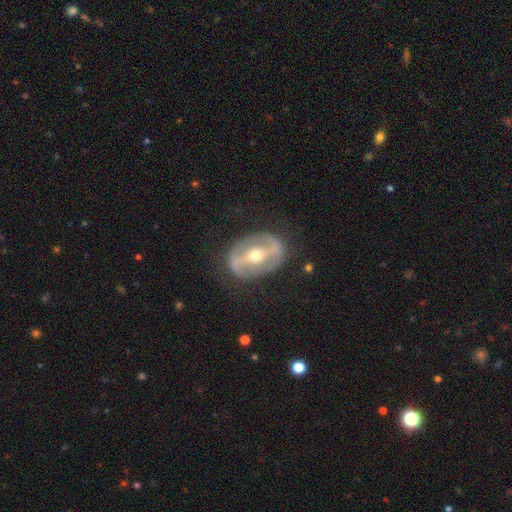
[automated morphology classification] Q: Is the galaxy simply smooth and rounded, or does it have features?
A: featured or disk — 80%.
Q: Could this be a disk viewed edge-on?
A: no — 93%.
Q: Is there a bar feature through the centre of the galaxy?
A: strong — 65%.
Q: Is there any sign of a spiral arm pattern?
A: yes — 52%.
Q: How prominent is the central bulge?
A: moderate — 62%.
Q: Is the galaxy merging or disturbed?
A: none — 79%.